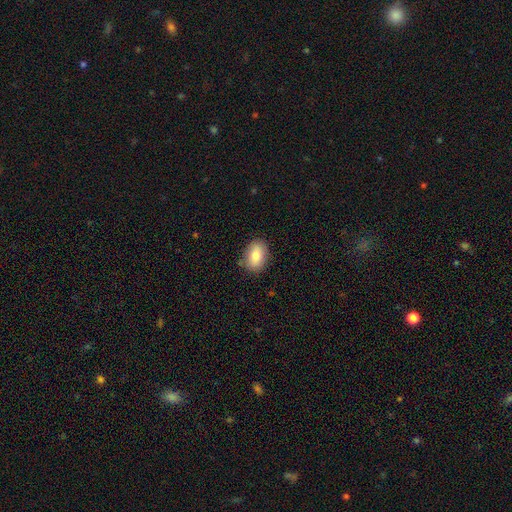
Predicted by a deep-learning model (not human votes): Morphology: type=smooth (80%); roundness=in between (82%); merging=none (83%).